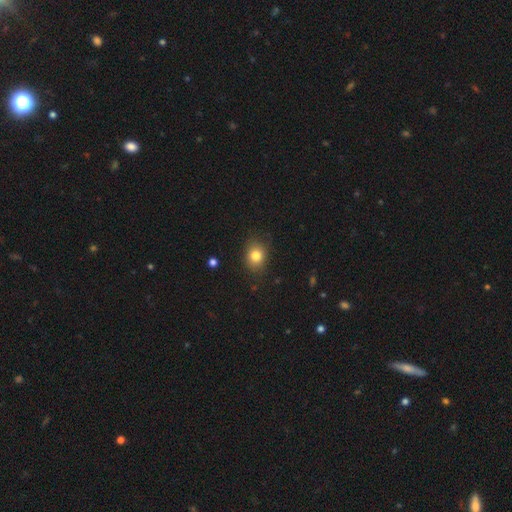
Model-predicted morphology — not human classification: A smooth galaxy with no disk features (81%) that is round (55%). Merging: none (82%).